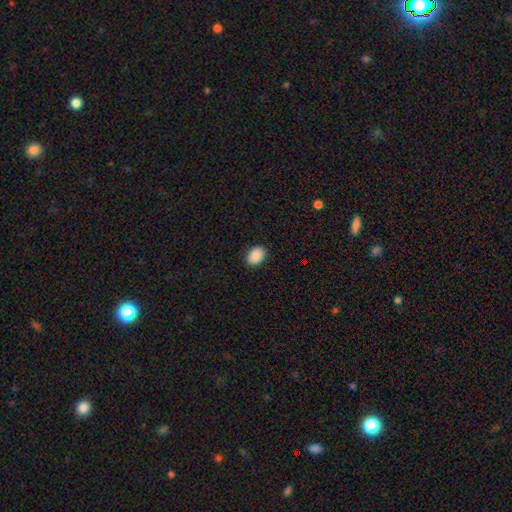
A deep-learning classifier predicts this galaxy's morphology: This is clearly a smooth galaxy (90%). How rounded: likely in between (76%). Merging: clearly none (88%).